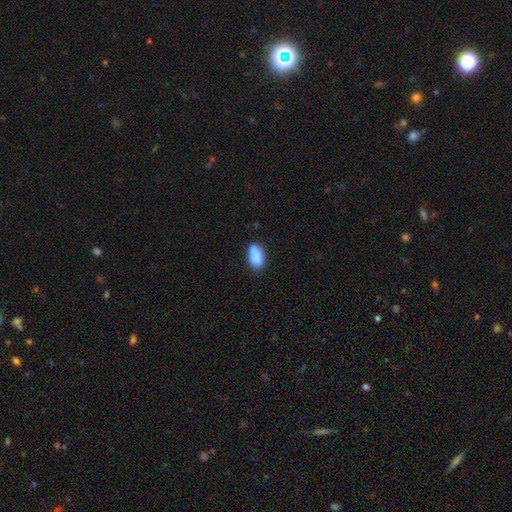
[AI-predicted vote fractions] Smooth or featured: smooth — 87% (star or artifact — 8%)
How rounded: in between — 92% (round — 5%)
Merging: none — 74% (minor disturbance — 19%)